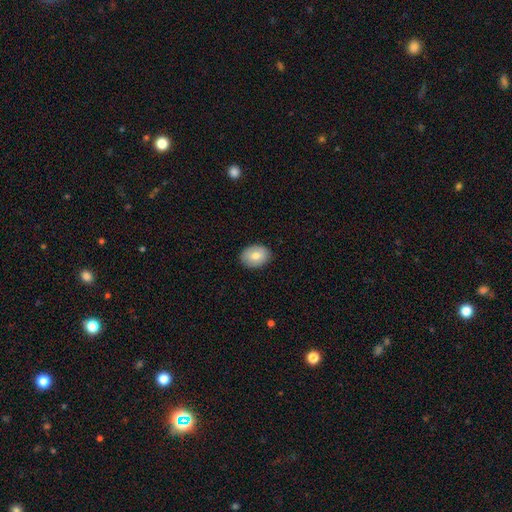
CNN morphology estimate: A smooth galaxy with no disk features (79%) that is in between round and cigar-shaped (68%). Merging: none (87%).